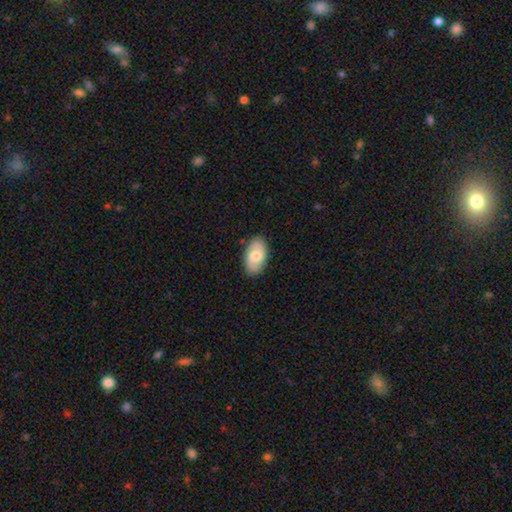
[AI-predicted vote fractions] Q: Smooth or featured?
A: smooth (59%); runner-up: featured or disk (35%)
Q: How rounded?
A: in between (93%); runner-up: round (5%)
Q: Merging?
A: none (85%); runner-up: minor disturbance (11%)